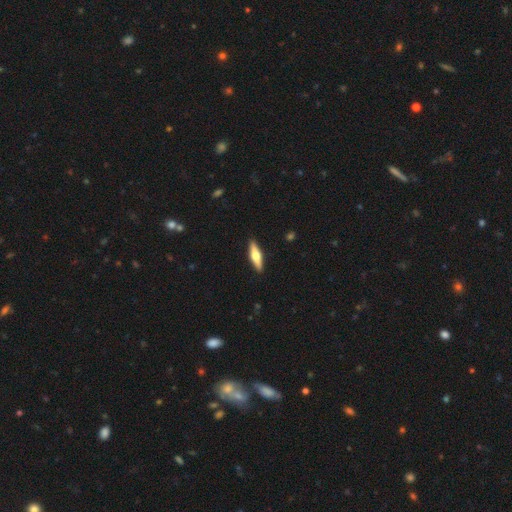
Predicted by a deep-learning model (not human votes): Smooth or featured: featured or disk — 52% (smooth — 43%)
Edge-on disk: yes — 95% (no — 5%)
Merging: none — 91% (minor disturbance — 7%)